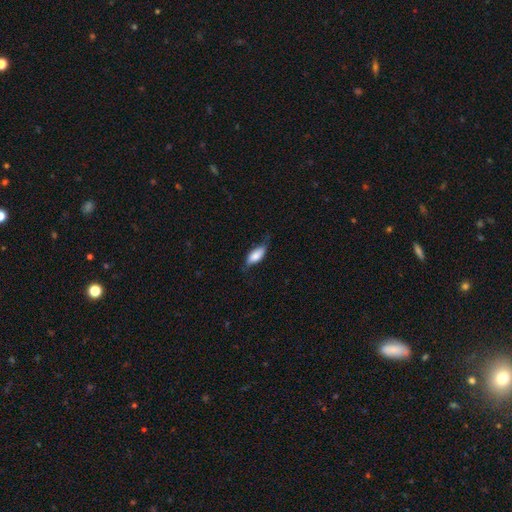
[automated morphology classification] Smooth or featured?
  - smooth: 73% *
  - featured or disk: 21%
  - star or artifact: 7%
How rounded?
  - in between: 80% *
  - cigar-shaped: 17%
  - round: 3%
Merging?
  - none: 60% *
  - minor disturbance: 29%
  - major disturbance: 9%
  - merger: 1%